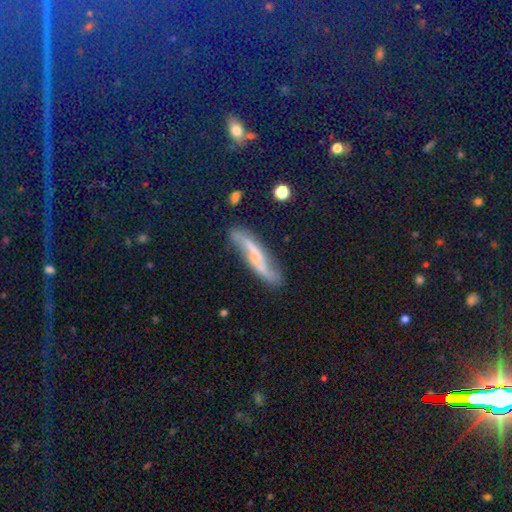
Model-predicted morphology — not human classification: Smooth or featured? featured or disk (63%)
Edge-on disk? no (63%)
Merging? none (66%)